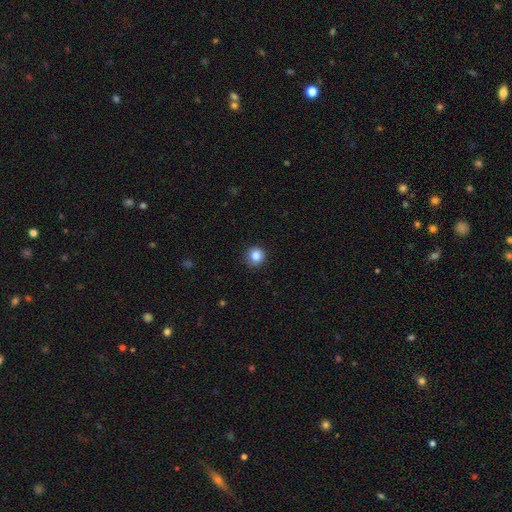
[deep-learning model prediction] This is clearly a smooth galaxy (85%). How rounded: clearly round (92%). Merging: clearly none (87%).